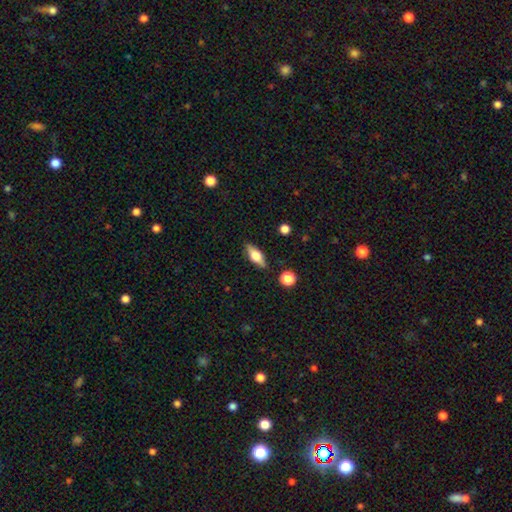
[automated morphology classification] smooth 47%, featured or disk 46%, star or artifact 8%. Down the decision tree: merging — none (86%).